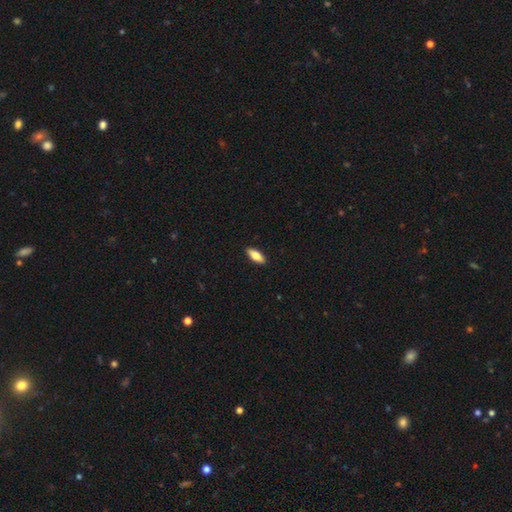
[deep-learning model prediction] smooth-or-featured: smooth: 73% | featured or disk: 20% | star or artifact: 6%
  how-rounded: in between: 74% | cigar-shaped: 24% | round: 2%
  merging: none: 91% | minor disturbance: 7% | major disturbance: 2% | merger: 1%